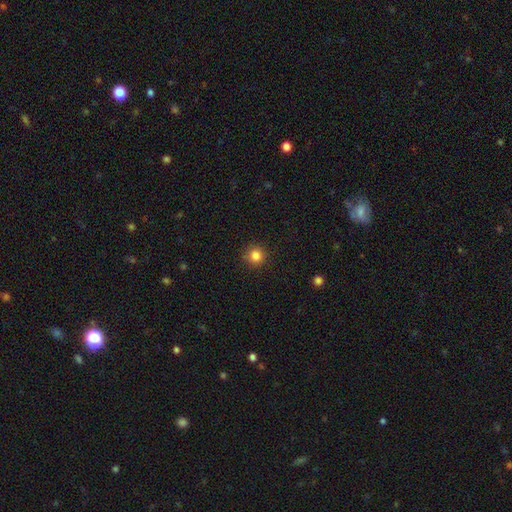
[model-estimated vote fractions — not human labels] smooth 84%, star or artifact 12%, featured or disk 4%. Down the decision tree: how rounded — round (93%); merging — none (89%).